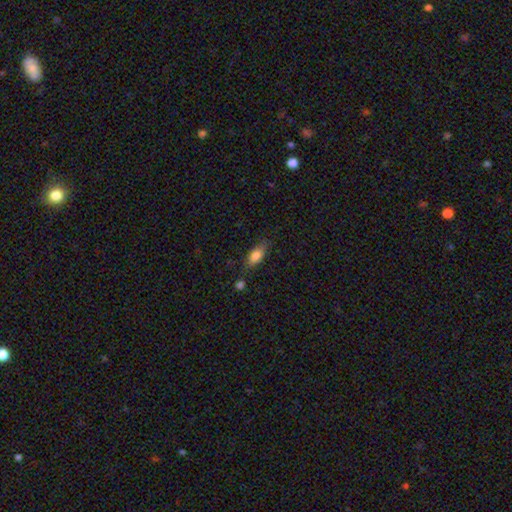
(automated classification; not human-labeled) smooth-or-featured: smooth: 80% | featured or disk: 13% | star or artifact: 8%
  how-rounded: in between: 79% | cigar-shaped: 17% | round: 4%
  merging: none: 69% | minor disturbance: 19% | merger: 6% | major disturbance: 5%